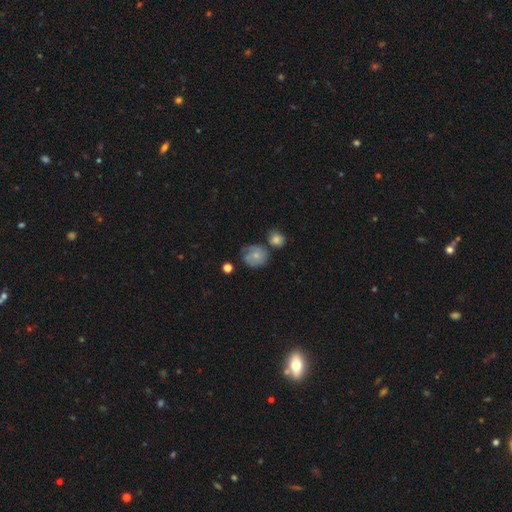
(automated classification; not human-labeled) Smooth or featured? Predicted: smooth (p=0.52). How rounded? Predicted: round (p=0.74). Merging? Predicted: none (p=0.49).